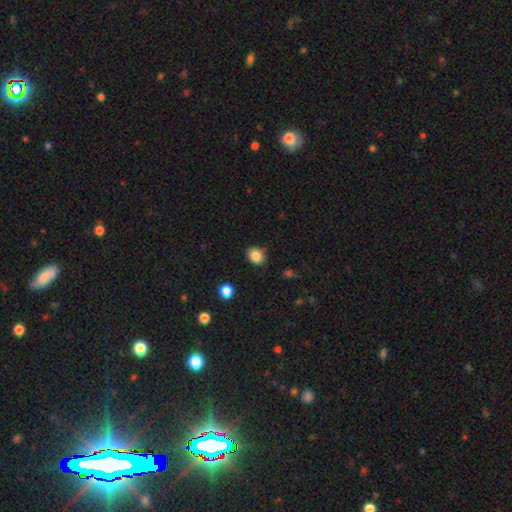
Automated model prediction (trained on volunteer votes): This is clearly a smooth galaxy (85%). How rounded: possibly round (56%). Merging: likely none (79%).